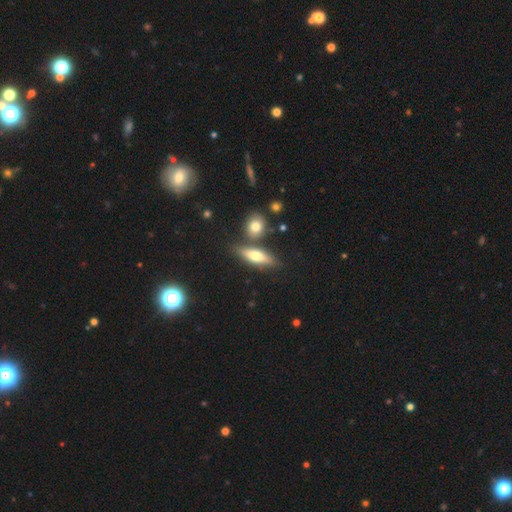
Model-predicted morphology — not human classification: smooth-or-featured: smooth: 59% | featured or disk: 33% | star or artifact: 8%
  how-rounded: cigar-shaped: 53% | in between: 43% | round: 4%
  merging: none: 72% | merger: 14% | minor disturbance: 11% | major disturbance: 3%